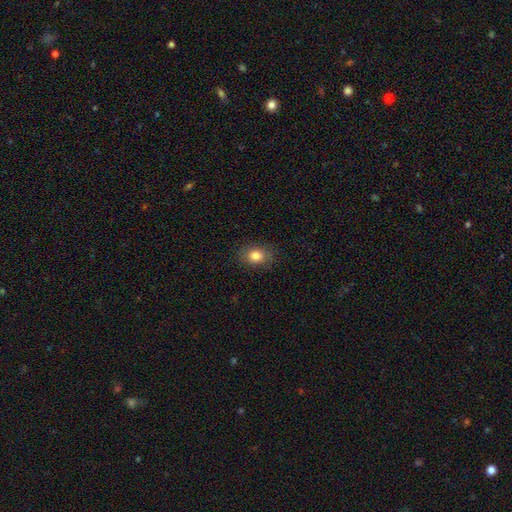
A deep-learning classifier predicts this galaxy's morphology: type=smooth (82%); roundness=in between (57%); merging=none (82%).